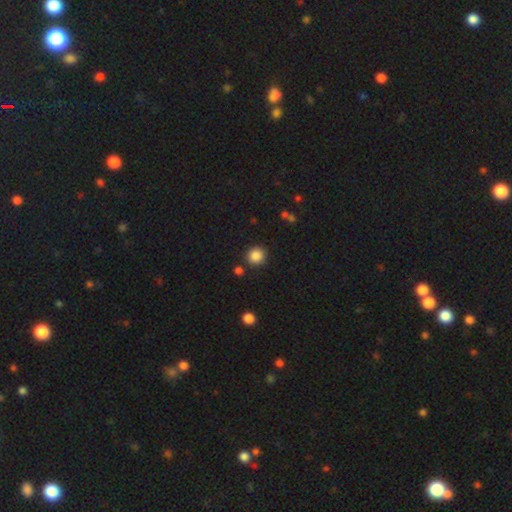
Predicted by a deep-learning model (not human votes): smooth_or_featured: smooth (p=0.86) [alt: star or artifact p=0.10]
how_rounded: round (p=0.91) [alt: in between p=0.08]
merging: none (p=0.86) [alt: minor disturbance p=0.07]